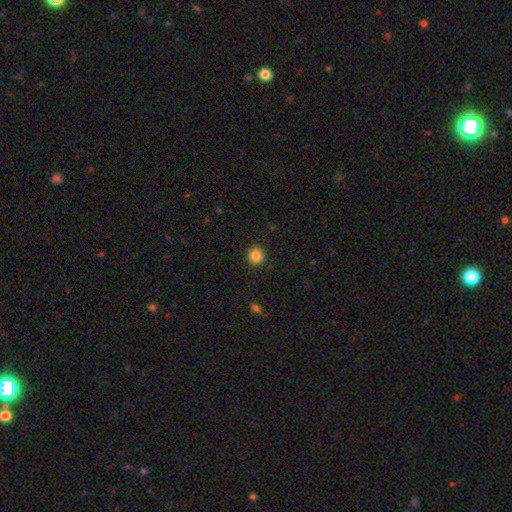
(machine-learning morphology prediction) Smooth or featured?
  - smooth: 86% *
  - star or artifact: 11%
  - featured or disk: 4%
How rounded?
  - round: 93% *
  - in between: 6%
  - cigar-shaped: 1%
Merging?
  - none: 91% *
  - minor disturbance: 6%
  - major disturbance: 2%
  - merger: 1%